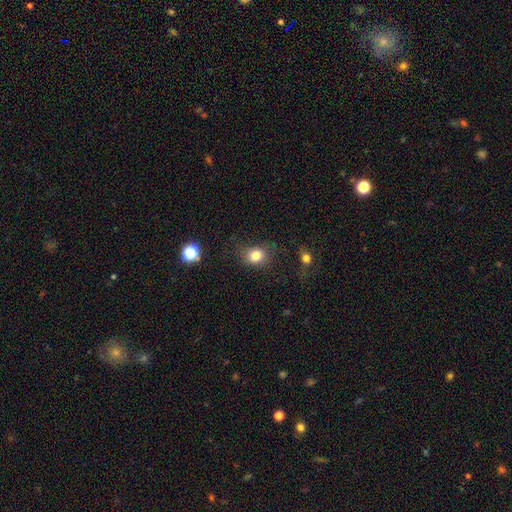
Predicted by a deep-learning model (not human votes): smooth 81%, star or artifact 12%, featured or disk 7%. Down the decision tree: how rounded — round (56%); merging — none (71%).